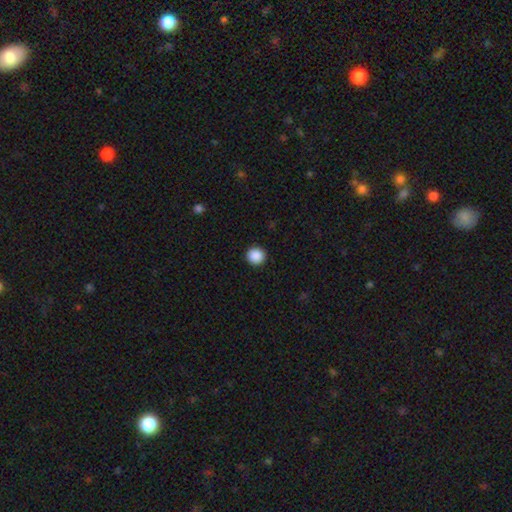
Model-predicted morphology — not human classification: Overall: smooth (89%). How rounded: round (95%). Merging: none (93%).